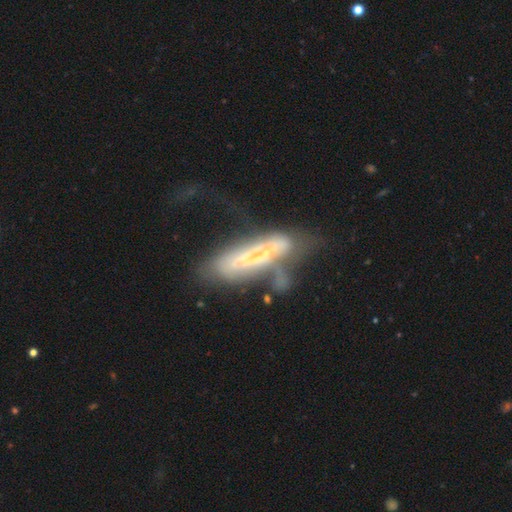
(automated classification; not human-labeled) This appears to be a featured or disk galaxy (57%). Merging: major disturbance (36%).